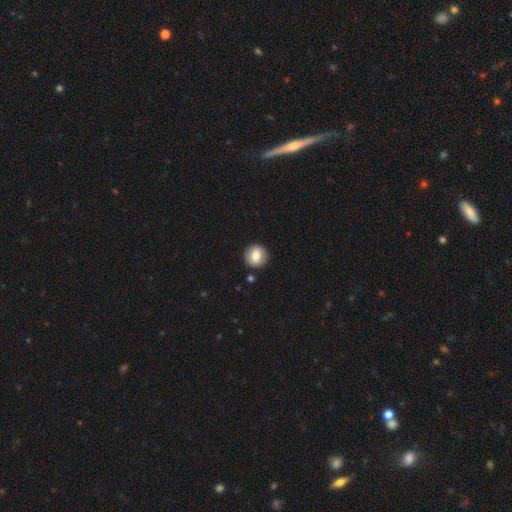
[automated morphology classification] A smooth galaxy with no disk features (82%) that is round (92%).

Vote fractions:
- Smooth or featured? smooth: 82% / featured or disk: 10% / star or artifact: 8%
- How rounded? round: 92% / in between: 7% / cigar-shaped: 1%
- Merging? none: 90% / minor disturbance: 6% / merger: 2% / major disturbance: 2%